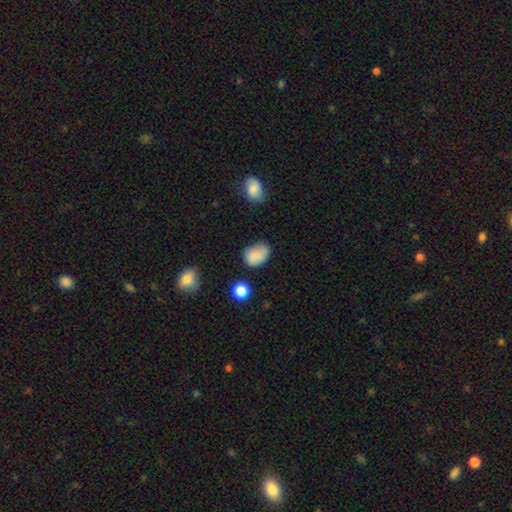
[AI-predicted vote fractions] Smooth or featured?
  - smooth: 83% *
  - star or artifact: 10%
  - featured or disk: 7%
How rounded?
  - in between: 73% *
  - round: 26%
  - cigar-shaped: 1%
Merging?
  - none: 58% *
  - minor disturbance: 31%
  - major disturbance: 8%
  - merger: 4%